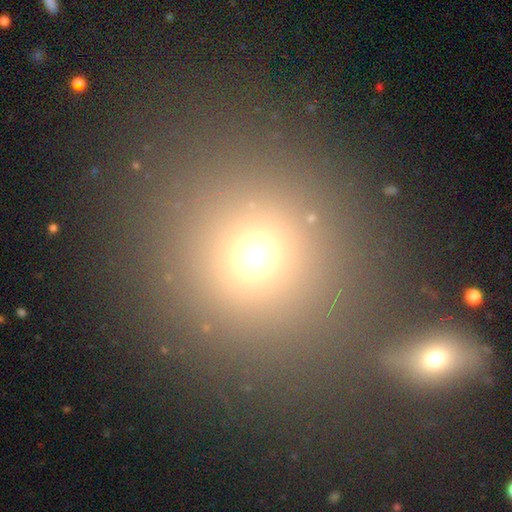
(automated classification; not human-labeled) Smooth or featured? Predicted: smooth (p=0.69). How rounded? Predicted: round (p=0.90). Merging? Predicted: none (p=0.74).